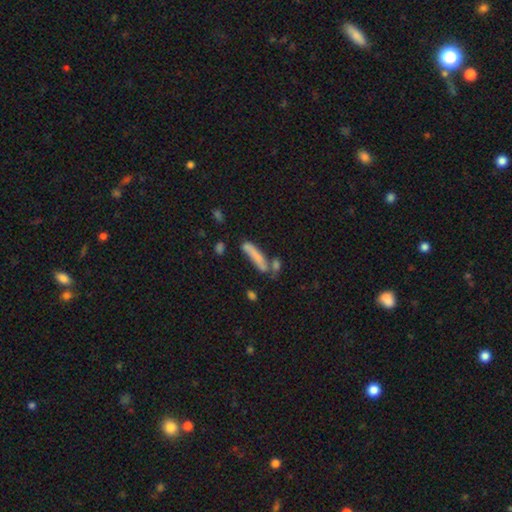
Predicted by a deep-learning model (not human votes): Morphology: type=smooth (72%); roundness=cigar-shaped (85%); merging=none (49%).